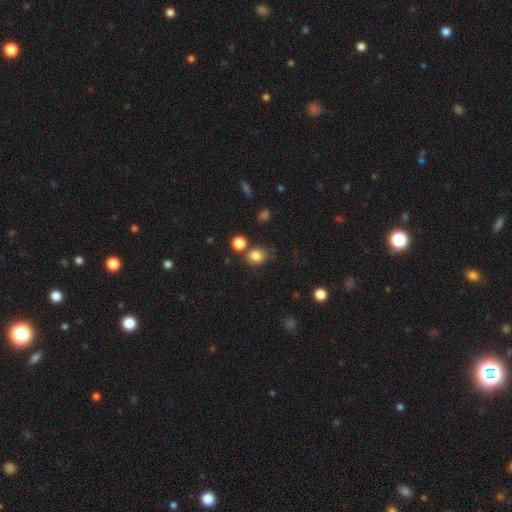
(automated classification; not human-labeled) Smooth or featured?
  - smooth: 83% *
  - star or artifact: 12%
  - featured or disk: 5%
How rounded?
  - round: 68% *
  - in between: 31%
  - cigar-shaped: 1%
Merging?
  - none: 70% *
  - minor disturbance: 13%
  - merger: 13%
  - major disturbance: 5%